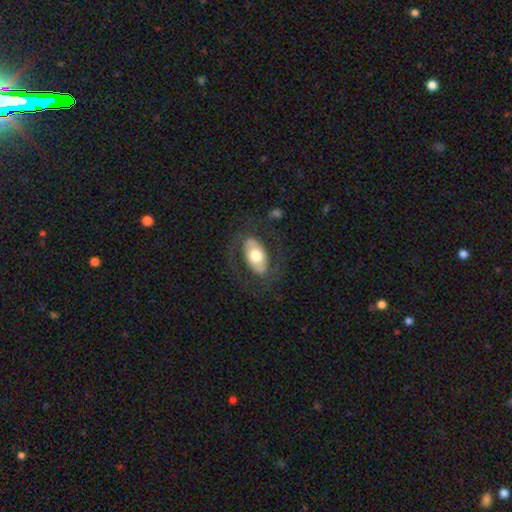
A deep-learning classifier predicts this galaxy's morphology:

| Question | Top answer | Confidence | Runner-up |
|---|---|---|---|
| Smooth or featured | smooth | 50% | featured or disk (44%) |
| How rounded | in between | 92% | round (5%) |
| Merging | none | 74% | minor disturbance (13%) |